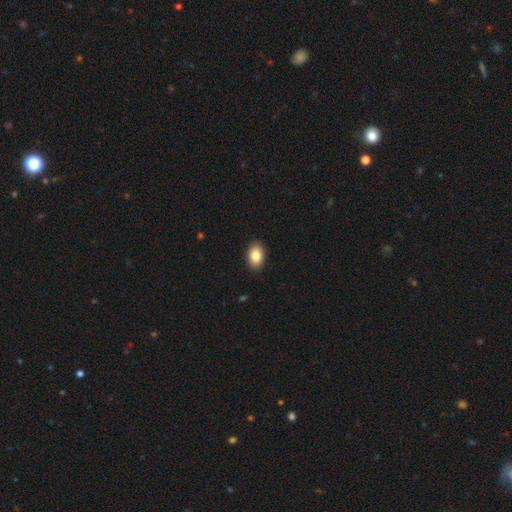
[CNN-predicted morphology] Q: Smooth or featured?
A: smooth (85%); runner-up: star or artifact (8%)
Q: How rounded?
A: in between (88%); runner-up: round (11%)
Q: Merging?
A: none (90%); runner-up: minor disturbance (7%)